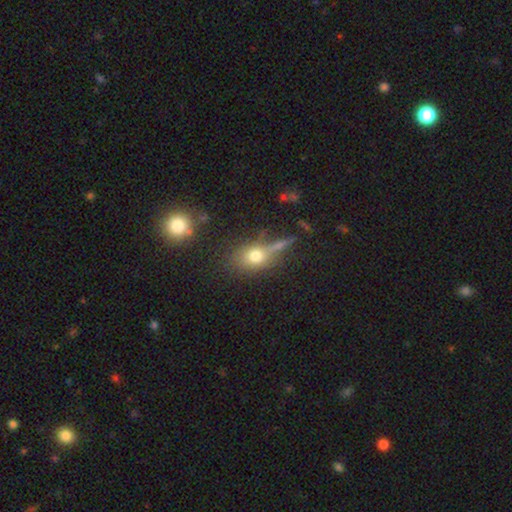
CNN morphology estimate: The model was most divided on "how rounded": in between: 59%, round: 35%, cigar-shaped: 6%. More confident: smooth or featured — smooth (68%); merging — none (58%).